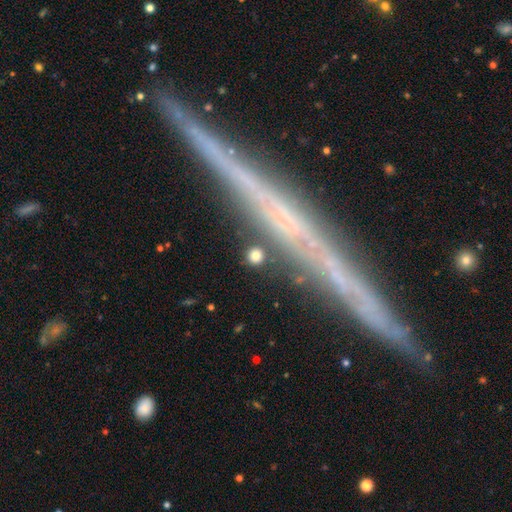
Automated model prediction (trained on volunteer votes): A smooth galaxy with no disk features (79%) that is round (89%). Merging: none (86%).